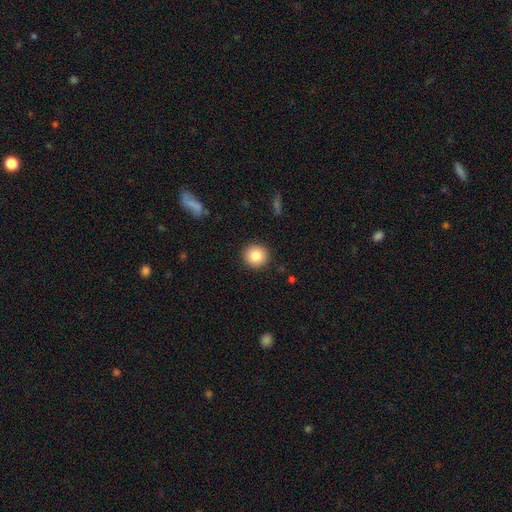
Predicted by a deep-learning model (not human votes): Smooth or featured?
  - smooth: 84% *
  - star or artifact: 9%
  - featured or disk: 7%
How rounded?
  - round: 93% *
  - in between: 6%
  - cigar-shaped: 1%
Merging?
  - none: 91% *
  - minor disturbance: 6%
  - major disturbance: 2%
  - merger: 1%